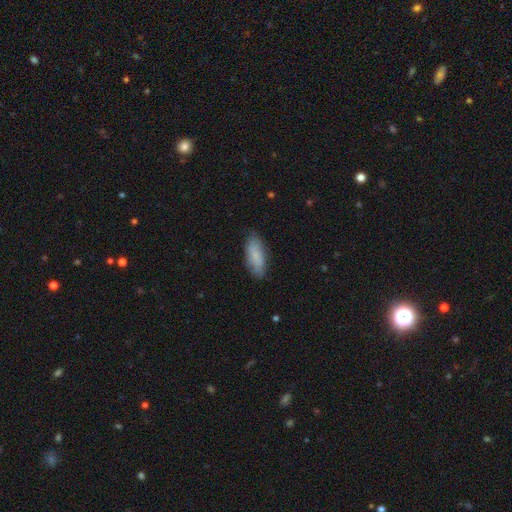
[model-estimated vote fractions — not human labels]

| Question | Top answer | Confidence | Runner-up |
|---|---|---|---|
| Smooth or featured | smooth | 81% | featured or disk (13%) |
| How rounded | in between | 76% | cigar-shaped (22%) |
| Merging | none | 80% | minor disturbance (16%) |